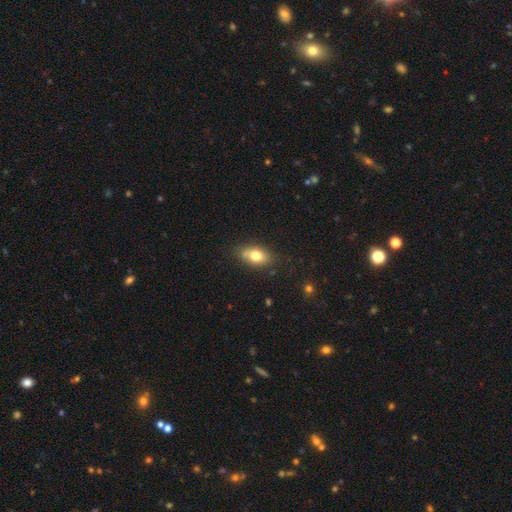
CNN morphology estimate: A smooth galaxy with no disk features (76%) that is in between round and cigar-shaped (87%). Merging: none (75%).